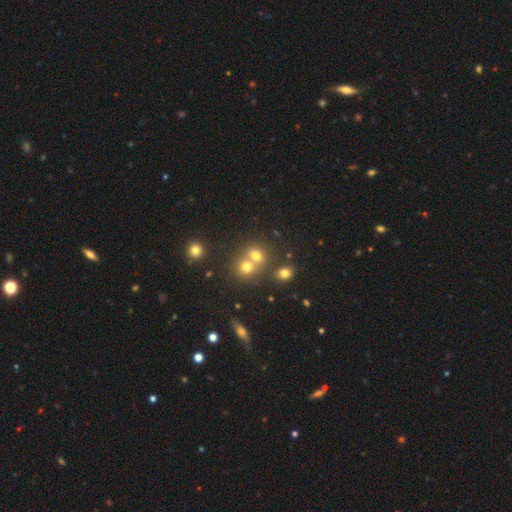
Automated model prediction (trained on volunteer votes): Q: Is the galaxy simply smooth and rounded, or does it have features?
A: smooth — 68%.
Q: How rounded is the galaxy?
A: round — 73%.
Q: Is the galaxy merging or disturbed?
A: merger — 47%.